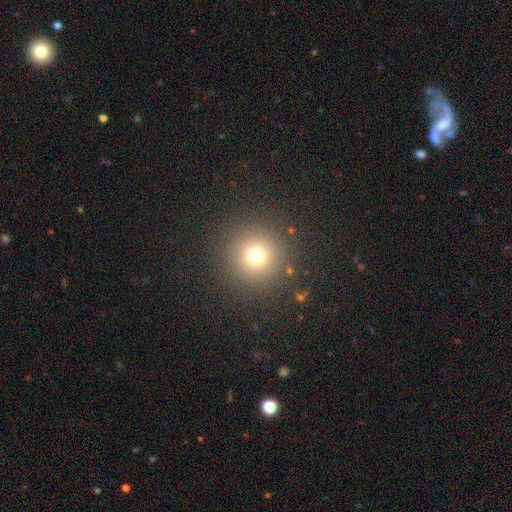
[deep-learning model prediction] This is likely a smooth galaxy (71%). How rounded: clearly round (96%). Merging: clearly none (88%).